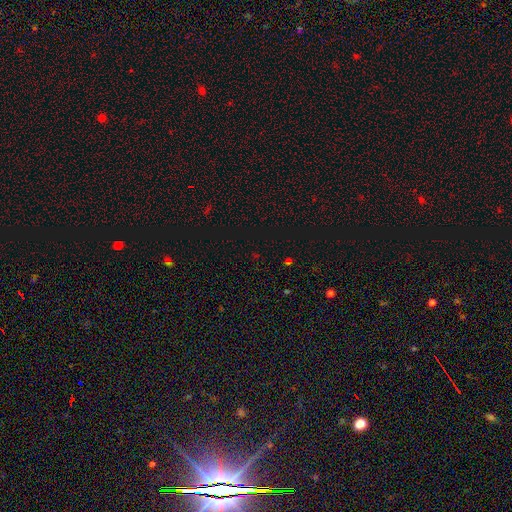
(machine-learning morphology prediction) A star or artifact, not a galaxy (66%).